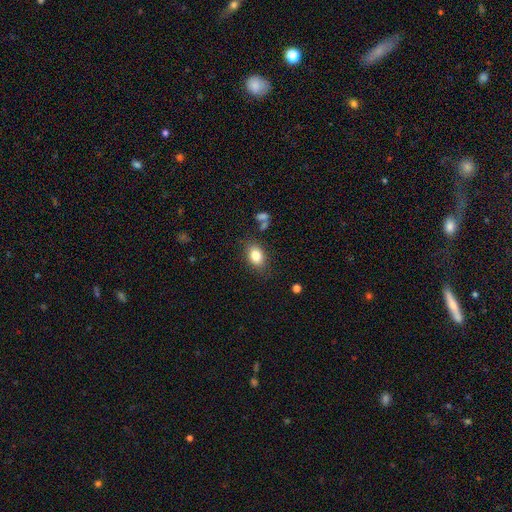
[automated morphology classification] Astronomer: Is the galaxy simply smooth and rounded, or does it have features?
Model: smooth — 83%.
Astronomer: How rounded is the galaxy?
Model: in between — 79%.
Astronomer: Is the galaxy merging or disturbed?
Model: none — 81%.